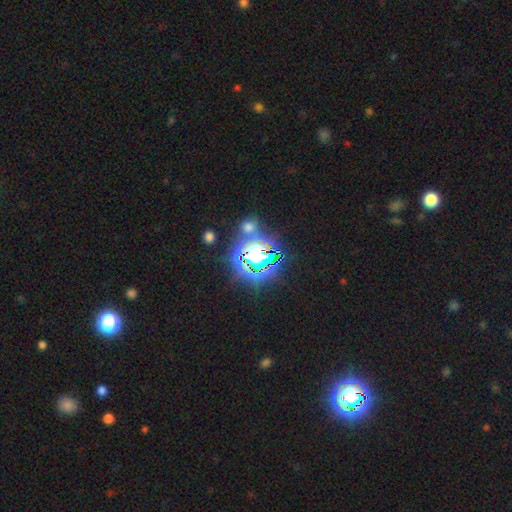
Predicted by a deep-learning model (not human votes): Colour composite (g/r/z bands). It shows a star or artifact, not a galaxy (79%).